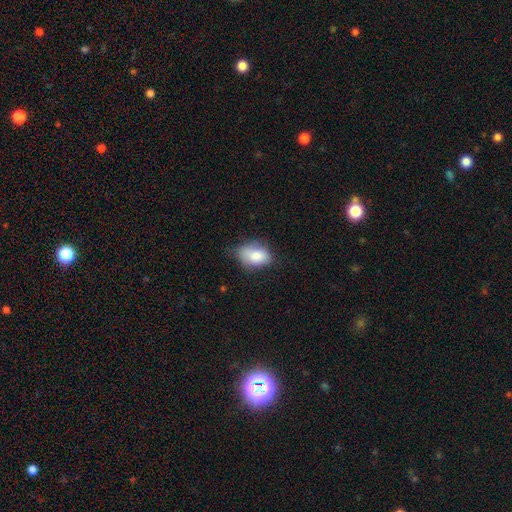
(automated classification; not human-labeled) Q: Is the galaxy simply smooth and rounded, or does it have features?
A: smooth — 82%.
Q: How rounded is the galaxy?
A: in between — 86%.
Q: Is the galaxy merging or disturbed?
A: none — 49%.